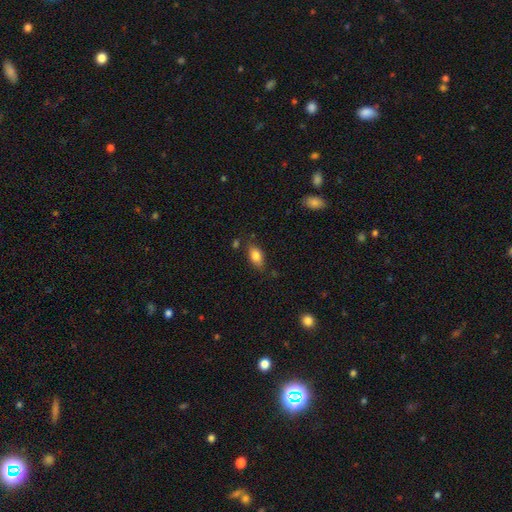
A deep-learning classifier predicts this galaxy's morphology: type=smooth (82%); roundness=in between (88%); merging=none (74%).